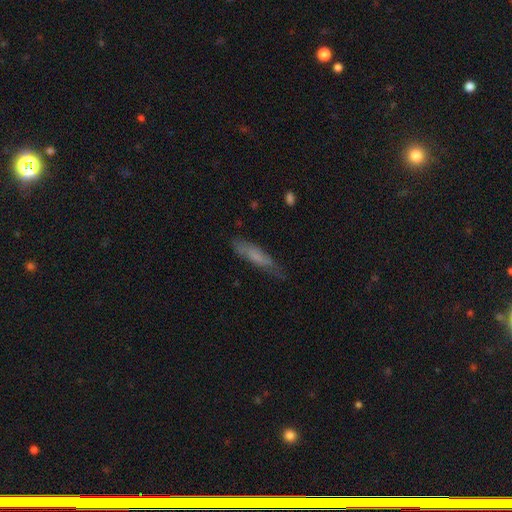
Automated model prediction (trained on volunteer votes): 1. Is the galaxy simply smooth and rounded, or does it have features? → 63% smooth, 29% featured or disk, 8% star or artifact.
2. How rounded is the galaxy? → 76% cigar-shaped, 22% in between, 2% round.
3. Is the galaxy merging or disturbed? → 66% none, 25% minor disturbance, 7% major disturbance, 2% merger.